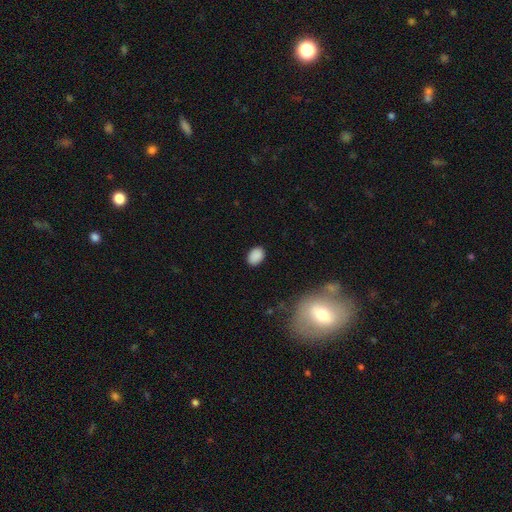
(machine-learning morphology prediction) This appears to be a smooth galaxy with no disk features (88%) that is in between round and cigar-shaped (81%). Merging: none (86%).